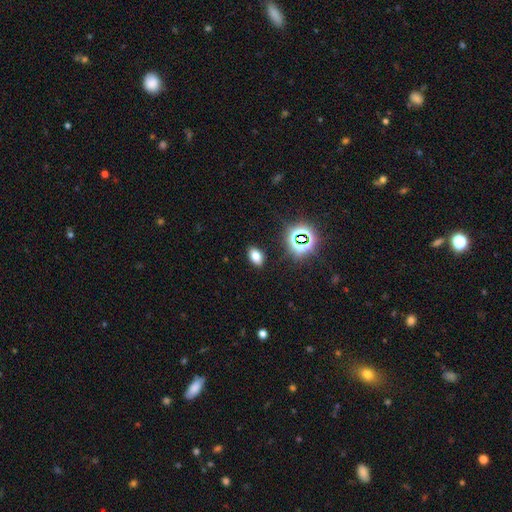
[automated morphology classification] The model was most divided on "smooth or featured": smooth: 70%, star or artifact: 21%, featured or disk: 9%. More confident: how rounded — in between (88%); merging — none (87%).